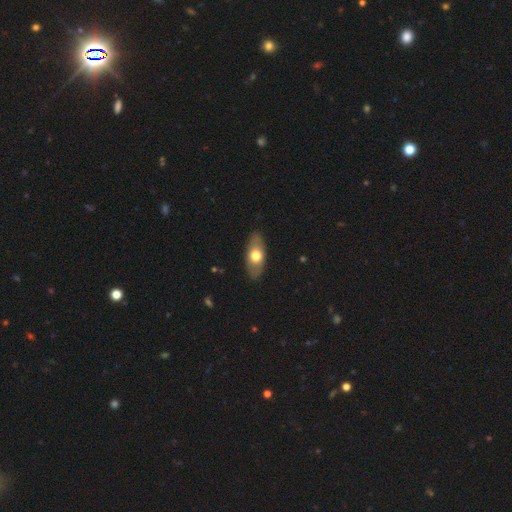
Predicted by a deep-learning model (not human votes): Smooth or featured? smooth (58%)
How rounded? in between (86%)
Merging? none (86%)